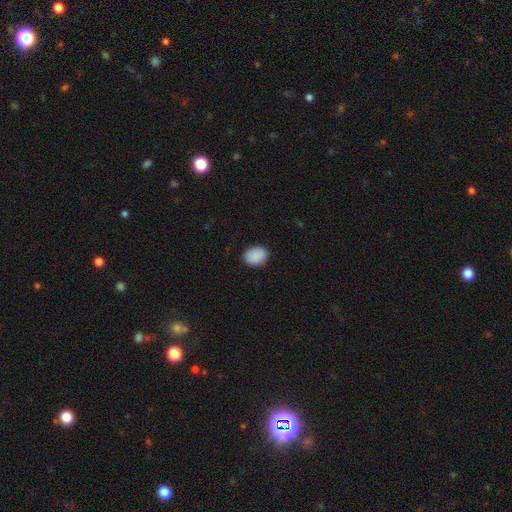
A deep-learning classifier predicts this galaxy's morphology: A smooth galaxy with no disk features (89%) that is in between round and cigar-shaped (60%).

Vote fractions:
- Smooth or featured? smooth: 89% / star or artifact: 8% / featured or disk: 3%
- How rounded? in between: 60% / round: 39% / cigar-shaped: 1%
- Merging? none: 85% / minor disturbance: 11% / major disturbance: 2% / merger: 1%